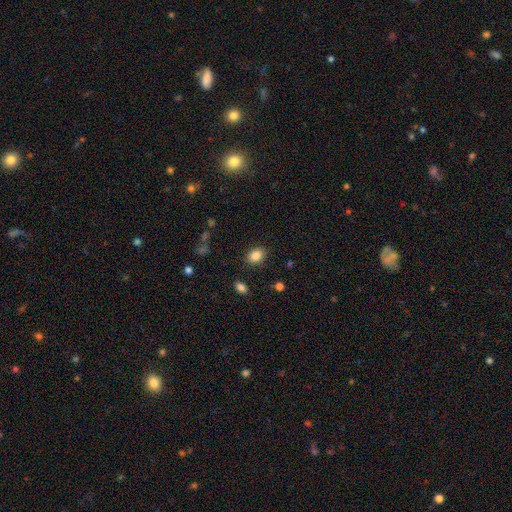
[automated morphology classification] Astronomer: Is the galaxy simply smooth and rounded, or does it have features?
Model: smooth — 85%.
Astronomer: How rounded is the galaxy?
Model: in between — 71%.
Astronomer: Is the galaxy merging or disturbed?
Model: none — 85%.